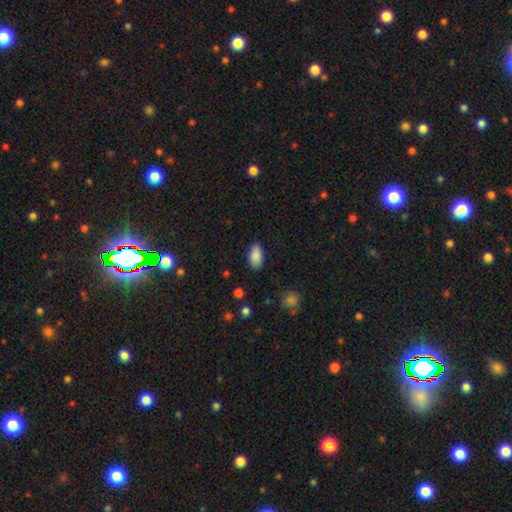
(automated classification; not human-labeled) This is clearly a smooth galaxy (87%). How rounded: clearly in between (94%). Merging: clearly none (87%).